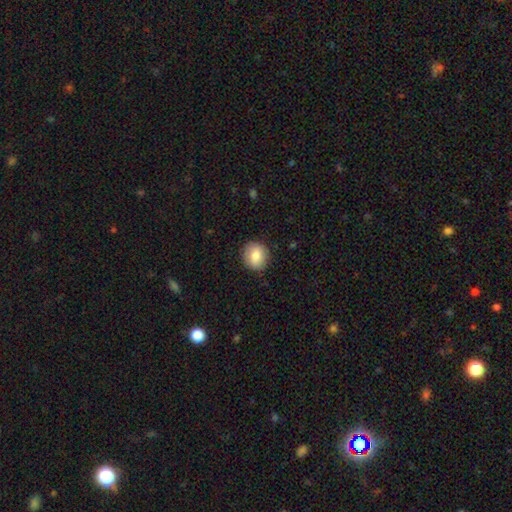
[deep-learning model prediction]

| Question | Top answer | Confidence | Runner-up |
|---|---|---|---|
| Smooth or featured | smooth | 81% | featured or disk (11%) |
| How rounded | round | 83% | in between (16%) |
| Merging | none | 87% | minor disturbance (9%) |